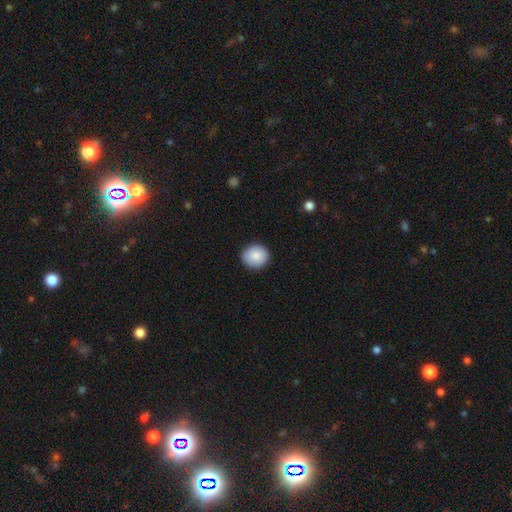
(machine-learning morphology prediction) type=smooth (87%); roundness=round (80%); merging=none (89%).